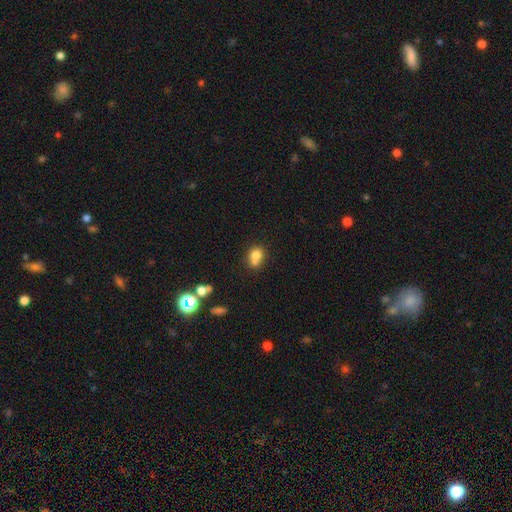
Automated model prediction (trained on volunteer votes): Overall: smooth (75%). How rounded: round (57%; in between 42%). Merging: merger (40%, tied with none).